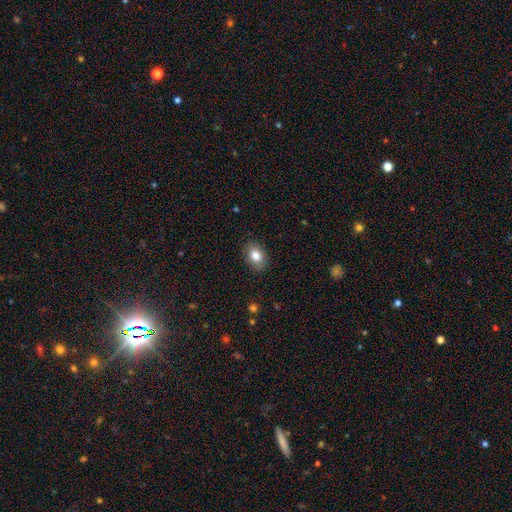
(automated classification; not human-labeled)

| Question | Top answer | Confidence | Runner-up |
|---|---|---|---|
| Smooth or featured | smooth | 84% | star or artifact (8%) |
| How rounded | in between | 79% | round (20%) |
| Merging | none | 86% | minor disturbance (11%) |